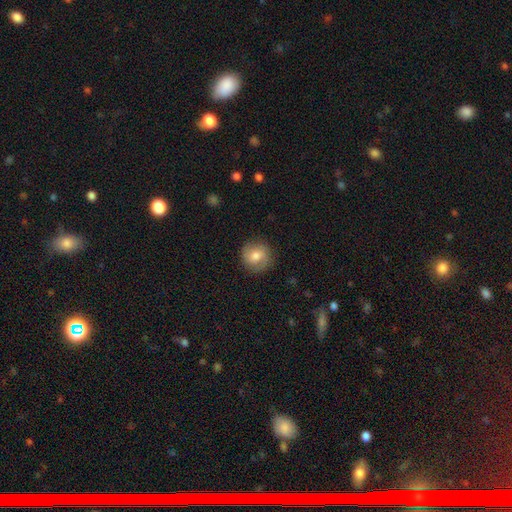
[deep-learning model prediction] This appears to be a smooth galaxy with no disk features (64%) that is round (91%). Merging: none (84%).